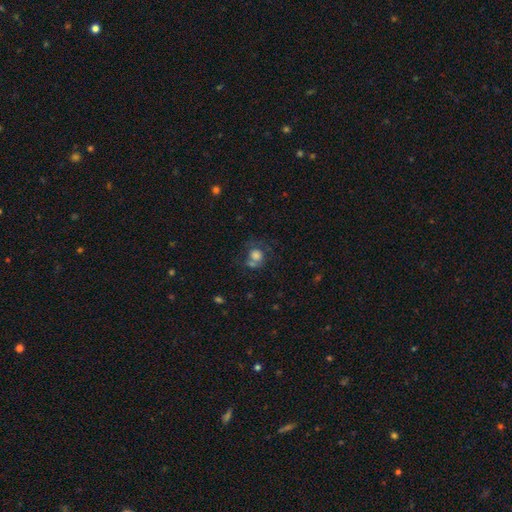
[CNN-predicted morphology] type=smooth (67%); roundness=round (73%); merging=none (44%).